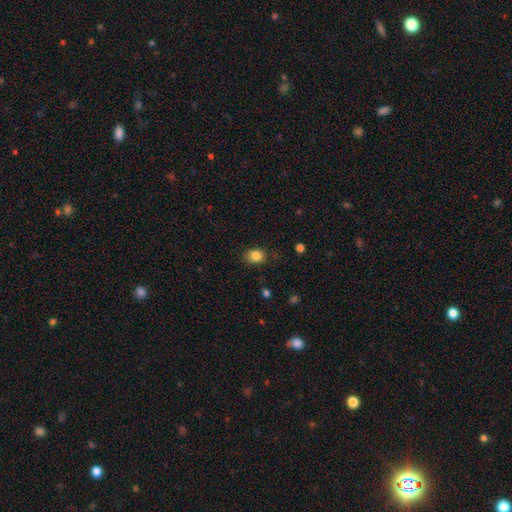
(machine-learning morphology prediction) smooth 84%, star or artifact 10%, featured or disk 6%. Down the decision tree: how rounded — in between (54%); merging — none (82%).